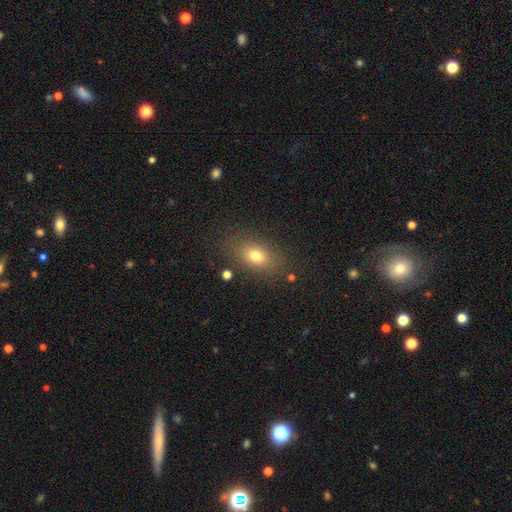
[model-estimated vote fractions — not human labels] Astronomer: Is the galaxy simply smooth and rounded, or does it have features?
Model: smooth — 75%.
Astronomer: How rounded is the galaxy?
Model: in between — 78%.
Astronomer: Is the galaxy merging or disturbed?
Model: none — 82%.